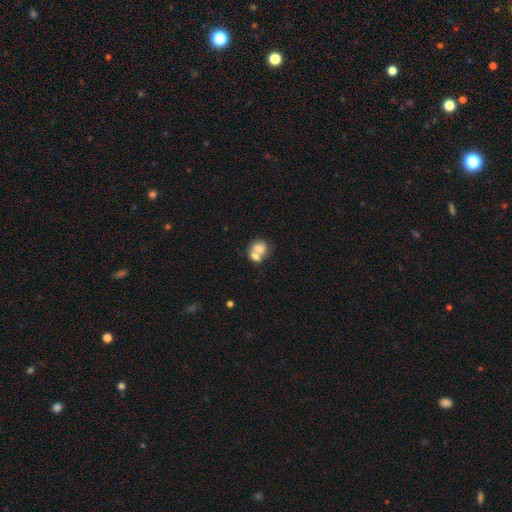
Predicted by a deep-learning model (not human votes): Overall: smooth (69%). How rounded: round (59%; in between 40%). Merging: merger (59%; none 27%).